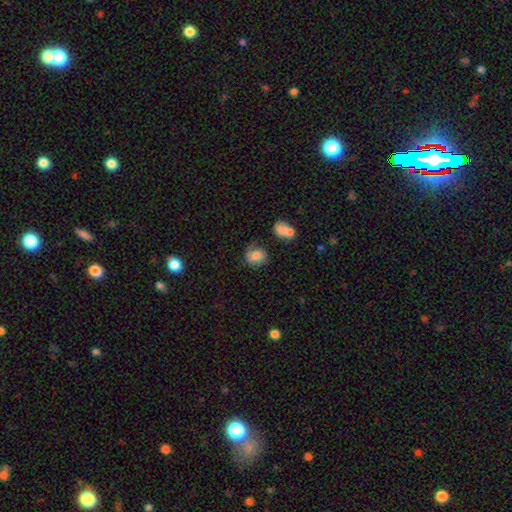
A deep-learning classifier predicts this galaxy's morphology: Overall: smooth (61%; featured or disk 30%). How rounded: round (66%; in between 32%). Merging: none (50%; minor disturbance 27%).